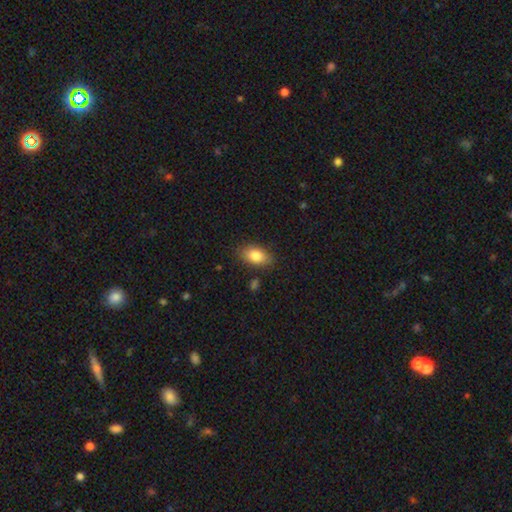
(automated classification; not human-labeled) A smooth galaxy with no disk features (83%) that is in between round and cigar-shaped (89%). Merging: none (83%).